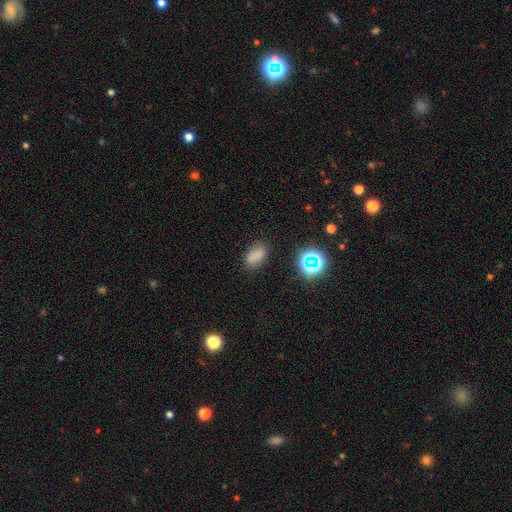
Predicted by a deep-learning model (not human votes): smooth 76%, star or artifact 17%, featured or disk 7%. Down the decision tree: how rounded — in between (88%); merging — none (79%).